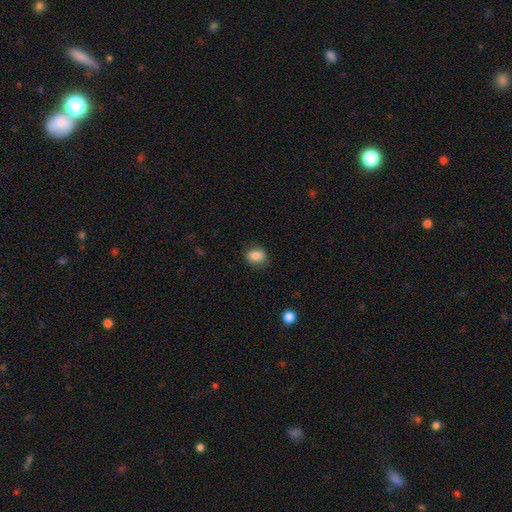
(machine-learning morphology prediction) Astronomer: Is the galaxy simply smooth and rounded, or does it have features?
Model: smooth — 85%.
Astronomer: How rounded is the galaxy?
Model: in between — 68%.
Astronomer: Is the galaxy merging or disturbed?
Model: none — 83%.